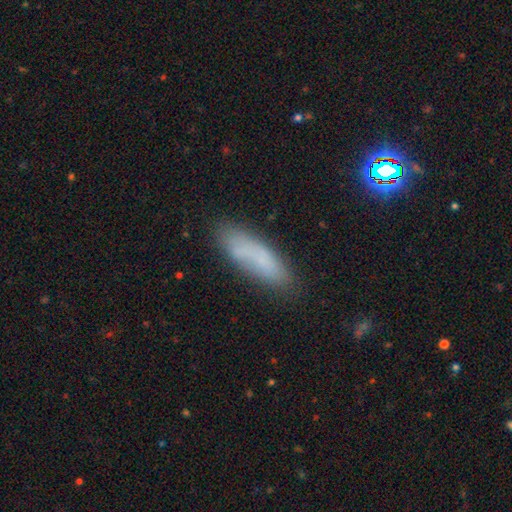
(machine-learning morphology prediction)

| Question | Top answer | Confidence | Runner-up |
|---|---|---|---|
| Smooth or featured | smooth | 69% | featured or disk (20%) |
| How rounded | cigar-shaped | 52% | in between (46%) |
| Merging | none | 74% | minor disturbance (18%) |